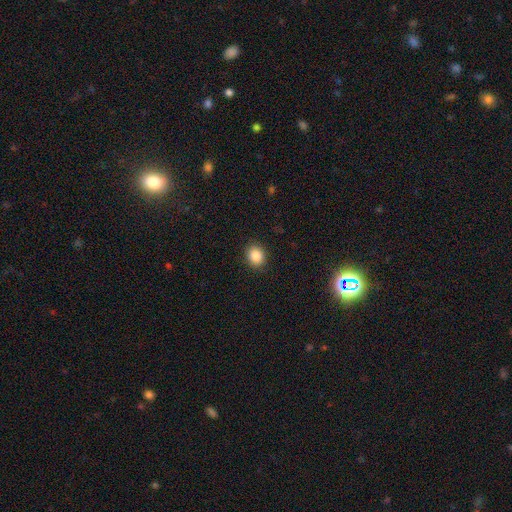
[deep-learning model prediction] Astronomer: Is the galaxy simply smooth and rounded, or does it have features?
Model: smooth — 87%.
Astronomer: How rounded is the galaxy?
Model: round — 58% (runner-up: in between, 42%).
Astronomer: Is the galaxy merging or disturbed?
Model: none — 89%.